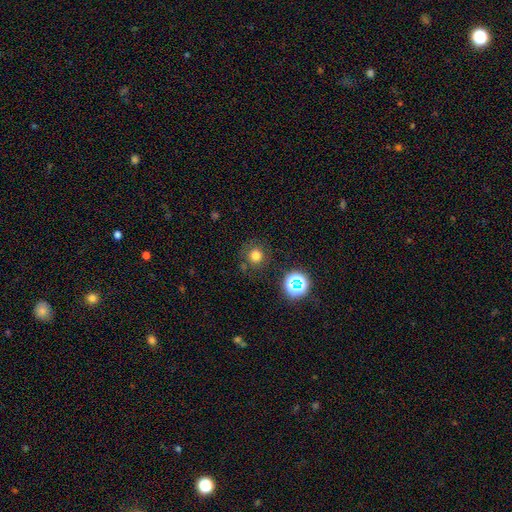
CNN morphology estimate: Q: Smooth or featured?
A: smooth (73%); runner-up: star or artifact (19%)
Q: How rounded?
A: round (92%); runner-up: in between (7%)
Q: Merging?
A: none (81%); runner-up: minor disturbance (11%)